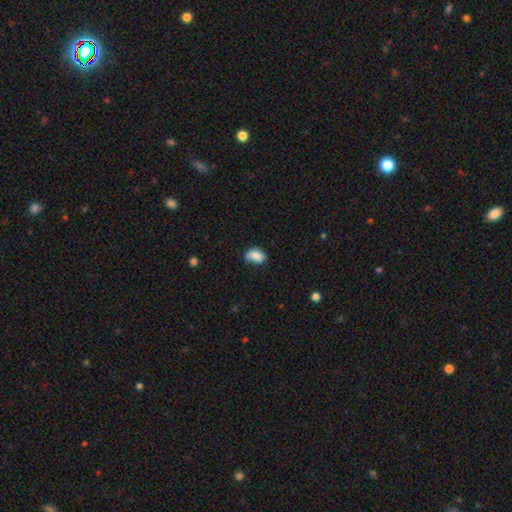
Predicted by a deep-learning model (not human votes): smooth 83%, featured or disk 9%, star or artifact 8%. Down the decision tree: how rounded — in between (86%); merging — none (58%).